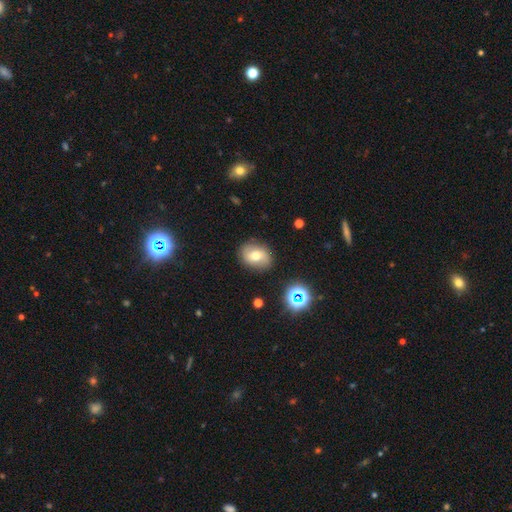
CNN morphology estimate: Smooth or featured: smooth — 63% (featured or disk — 25%)
How rounded: in between — 52% (round — 47%)
Merging: none — 83% (minor disturbance — 12%)